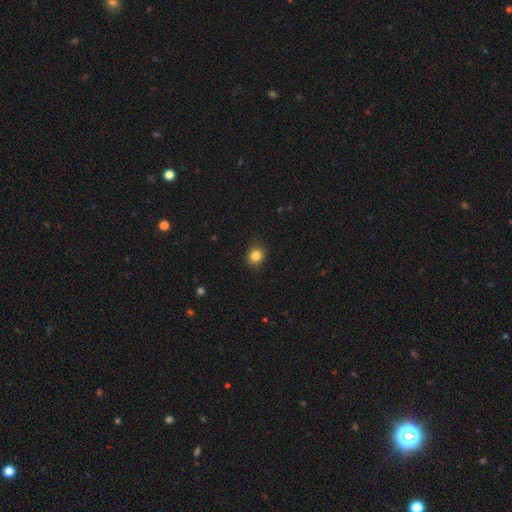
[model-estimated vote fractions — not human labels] Smooth or featured?
  - smooth: 83% *
  - star or artifact: 11%
  - featured or disk: 5%
How rounded?
  - round: 81% *
  - in between: 18%
  - cigar-shaped: 1%
Merging?
  - none: 90% *
  - minor disturbance: 7%
  - major disturbance: 2%
  - merger: 1%